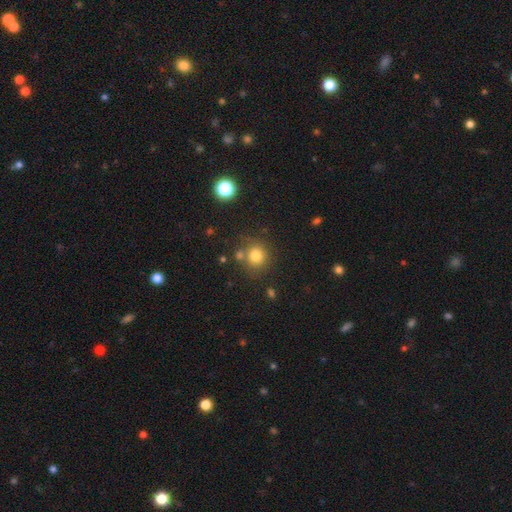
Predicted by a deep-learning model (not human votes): Q: Smooth or featured?
A: smooth (79%); runner-up: star or artifact (13%)
Q: How rounded?
A: round (88%); runner-up: in between (11%)
Q: Merging?
A: none (73%); runner-up: merger (13%)